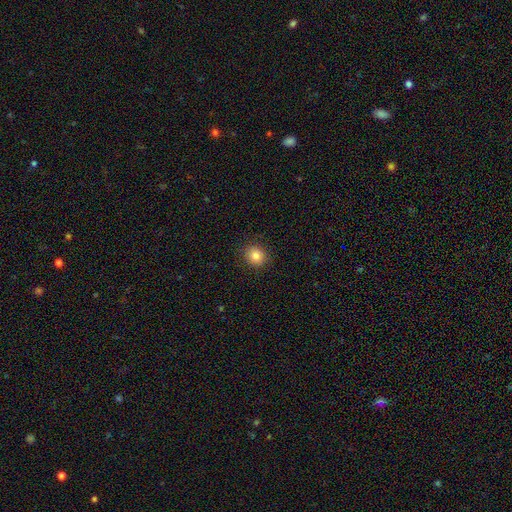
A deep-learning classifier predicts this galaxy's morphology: This is clearly a smooth galaxy (83%). How rounded: clearly round (82%). Merging: clearly none (90%).